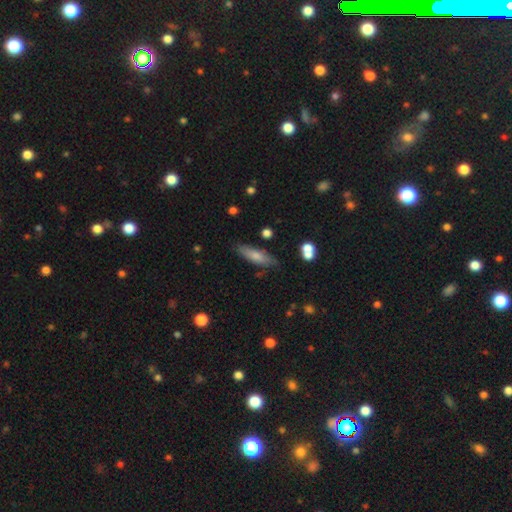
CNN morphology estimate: Q: Smooth or featured?
A: smooth (69%); runner-up: featured or disk (24%)
Q: How rounded?
A: cigar-shaped (56%); runner-up: in between (41%)
Q: Merging?
A: none (78%); runner-up: minor disturbance (15%)